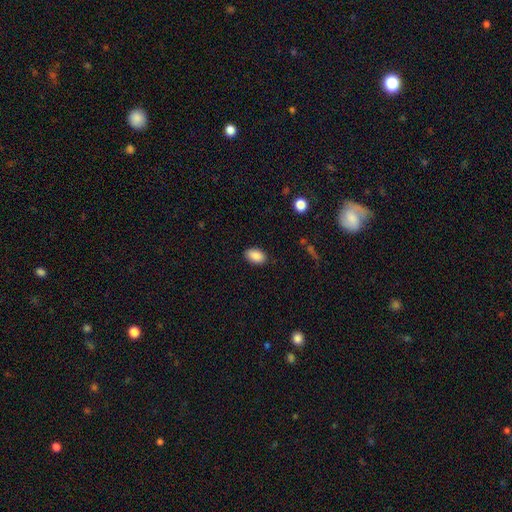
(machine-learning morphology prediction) type=smooth (89%); roundness=in between (91%); merging=none (86%).